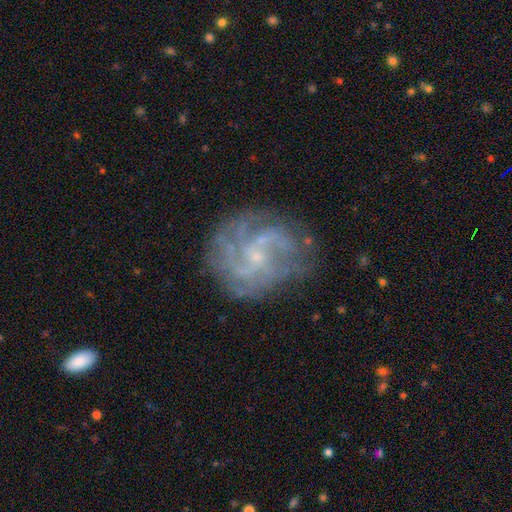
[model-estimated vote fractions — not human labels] featured or disk 84%, star or artifact 8%, smooth 8%. Down the decision tree: edge-on disk — no (98%); bar — no (57%); spiral arms — yes (94%); spiral arm count — can't tell (26%); spiral winding — medium (45%); bulge size — small (77%); merging — none (70%).